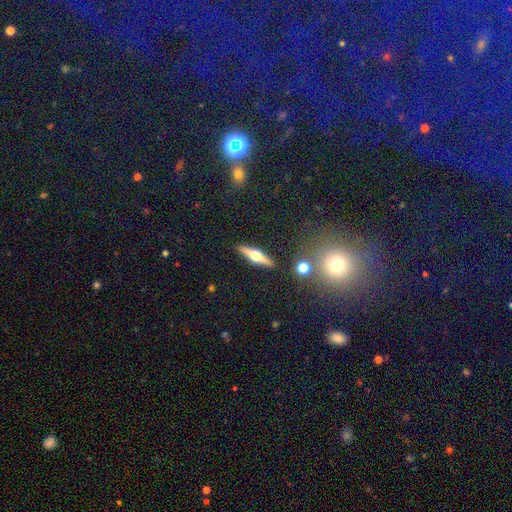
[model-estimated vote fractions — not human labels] Q: Smooth or featured?
A: featured or disk (67%); runner-up: smooth (27%)
Q: Edge-on disk?
A: yes (96%); runner-up: no (4%)
Q: Edge-on bulge?
A: rounded (95%); runner-up: boxy (3%)
Q: Merging?
A: none (90%); runner-up: minor disturbance (6%)